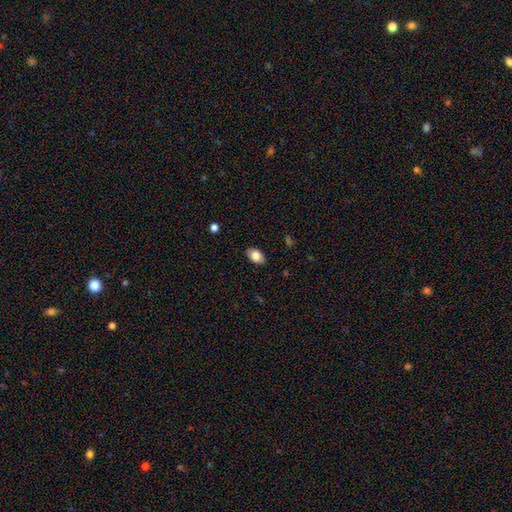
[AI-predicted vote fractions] This appears to be a smooth galaxy with no disk features (82%) that is in between round and cigar-shaped (89%). Merging: none (87%).